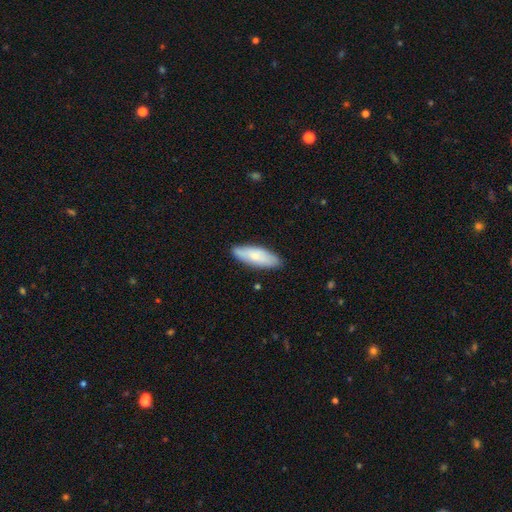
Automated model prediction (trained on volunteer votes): The model was most divided on "how rounded": in between: 61%, cigar-shaped: 37%, round: 2%. More confident: merging — none (82%); smooth or featured — smooth (72%).